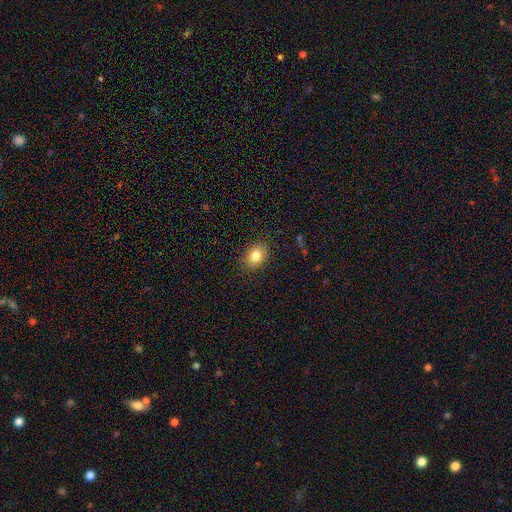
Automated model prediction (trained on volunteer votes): Overall: smooth (82%). How rounded: in between (60%; round 39%). Merging: none (87%).